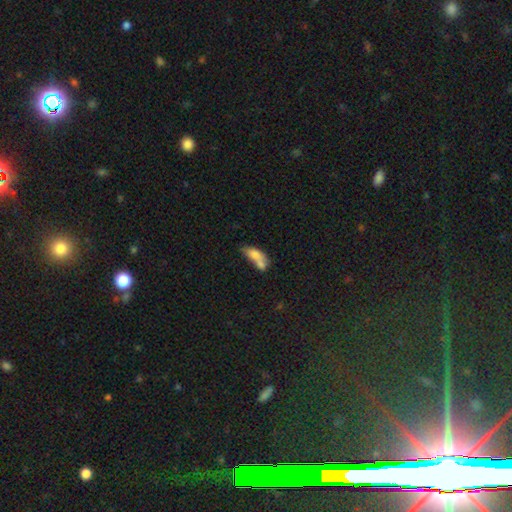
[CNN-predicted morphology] smooth-or-featured: smooth: 69% | featured or disk: 23% | star or artifact: 9%
  how-rounded: in between: 77% | cigar-shaped: 17% | round: 7%
  merging: merger: 58% | none: 21% | minor disturbance: 12% | major disturbance: 9%